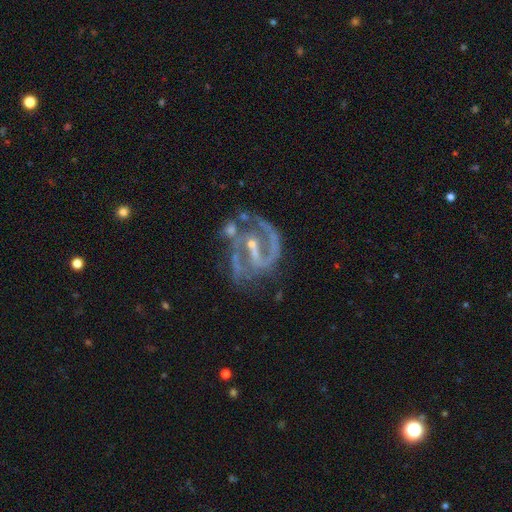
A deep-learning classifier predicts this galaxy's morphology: smooth-or-featured: featured or disk: 89% | star or artifact: 7% | smooth: 4%
  disk-edge-on: no: 98% | yes: 2%
    bar: weak: 41% (tied) | strong: 41% (tied) | no: 19%
    has-spiral-arms: yes: 95% | no: 5%
      spiral-winding: medium: 55% | loose: 23% | tight: 22%
      spiral-arm-count: 2: 80% | 1: 6% | can't tell: 5% | 3: 5% | 4: 2% | more than 4: 2%
    bulge-size: small: 68% | moderate: 19% | none: 10% | large: 1% | dominant: 1%
  merging: none: 45% | major disturbance: 21% | minor disturbance: 19% | merger: 14%